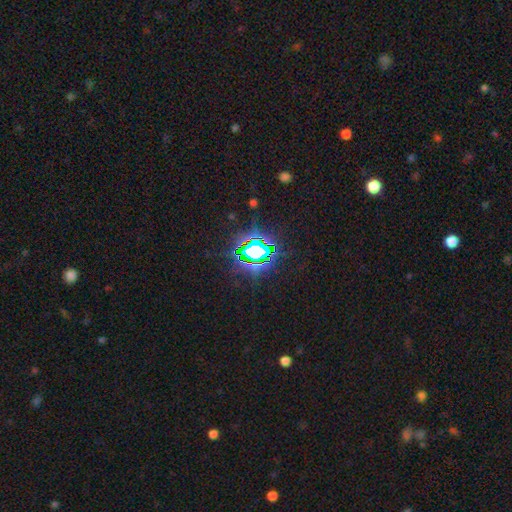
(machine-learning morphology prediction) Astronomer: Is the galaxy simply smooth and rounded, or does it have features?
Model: star or artifact — 78%.